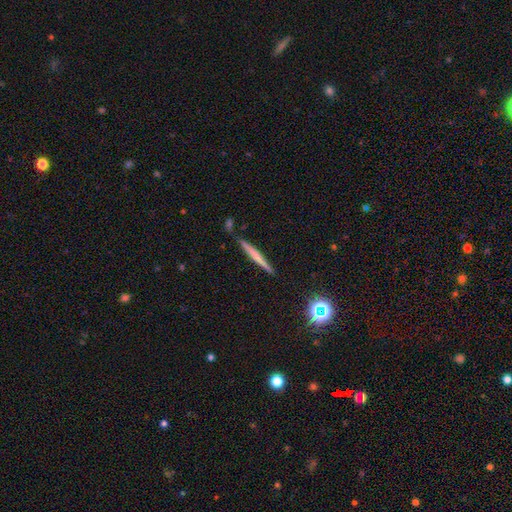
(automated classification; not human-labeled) smooth_or_featured: smooth (p=0.48) [alt: featured or disk p=0.44]
merging: none (p=0.85) [alt: minor disturbance p=0.10]